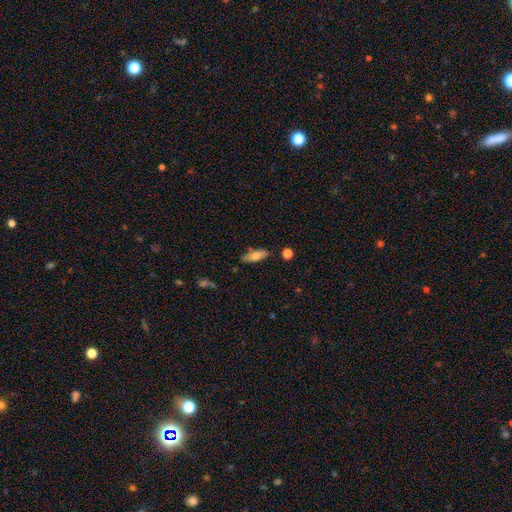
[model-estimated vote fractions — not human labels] Smooth or featured?
  - smooth: 72% *
  - featured or disk: 21%
  - star or artifact: 7%
How rounded?
  - in between: 65% *
  - cigar-shaped: 32%
  - round: 3%
Merging?
  - none: 78% *
  - minor disturbance: 15%
  - merger: 4%
  - major disturbance: 3%